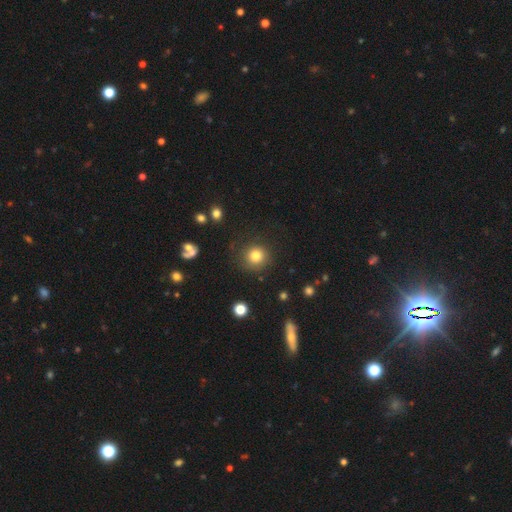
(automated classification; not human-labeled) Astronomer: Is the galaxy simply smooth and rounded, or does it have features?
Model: smooth — 82%.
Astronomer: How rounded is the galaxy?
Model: round — 93%.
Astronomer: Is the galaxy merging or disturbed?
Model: none — 86%.